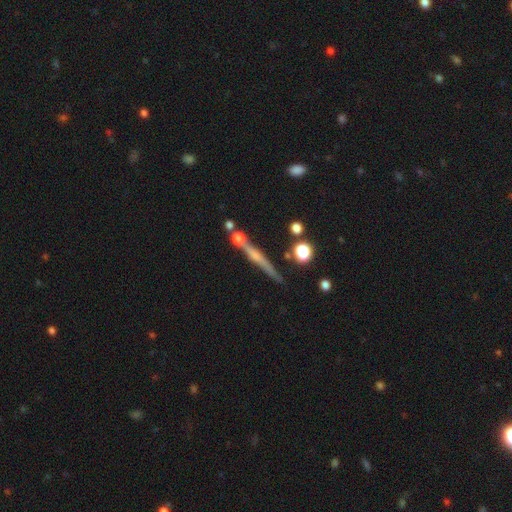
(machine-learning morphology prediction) smooth-or-featured: featured or disk: 59% | smooth: 31% | star or artifact: 11%
  disk-edge-on: yes: 94% | no: 6%
    edge-on-bulge: rounded: 46% | none: 42% | boxy: 12%
  merging: none: 71% | minor disturbance: 13% | merger: 12% | major disturbance: 4%